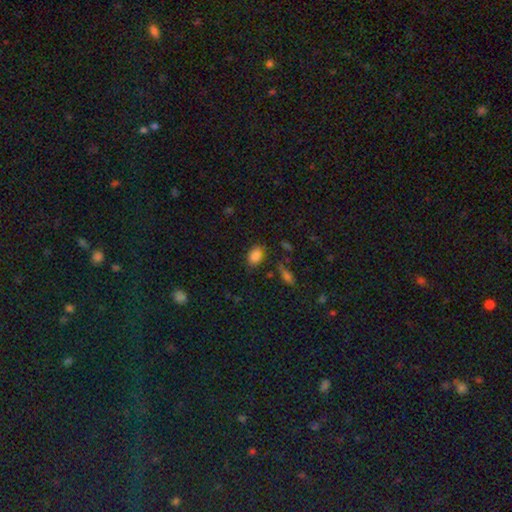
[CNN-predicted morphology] Smooth or featured: smooth — 84% (star or artifact — 11%)
How rounded: in between — 81% (round — 18%)
Merging: none — 75% (minor disturbance — 17%)